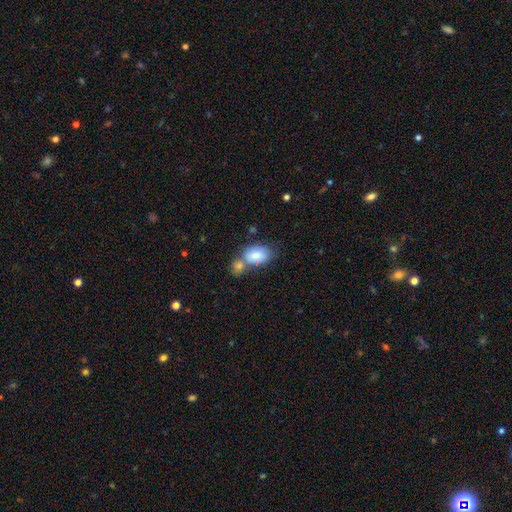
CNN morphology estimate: Smooth or featured: smooth — 81% (featured or disk — 12%)
How rounded: in between — 87% (round — 11%)
Merging: merger — 49% (none — 35%)